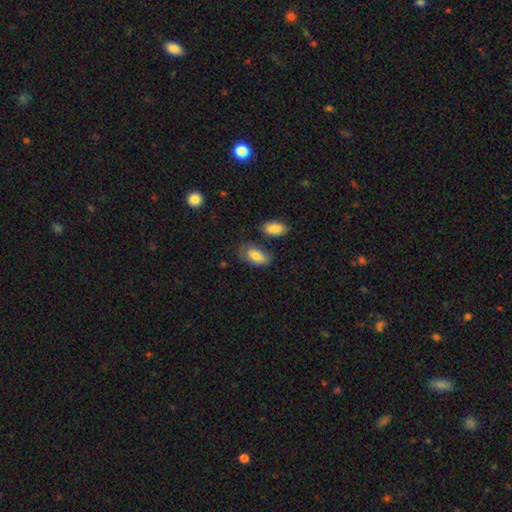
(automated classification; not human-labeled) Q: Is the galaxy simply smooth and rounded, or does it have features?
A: smooth — 74%.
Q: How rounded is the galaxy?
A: in between — 92%.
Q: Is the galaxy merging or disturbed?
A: none — 57%.